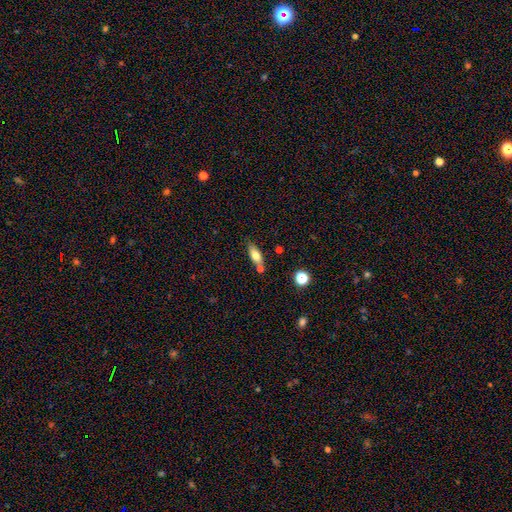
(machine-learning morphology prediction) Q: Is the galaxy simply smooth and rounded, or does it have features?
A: smooth — 74%.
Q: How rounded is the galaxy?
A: in between — 71%.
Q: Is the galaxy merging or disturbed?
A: none — 62%.